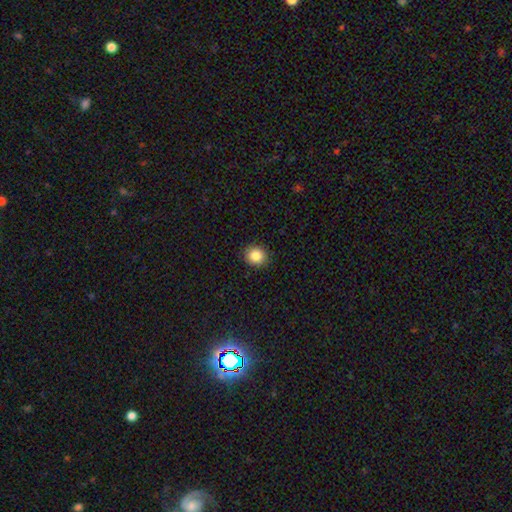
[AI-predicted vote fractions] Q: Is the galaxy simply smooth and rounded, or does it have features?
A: smooth — 86%.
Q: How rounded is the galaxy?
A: round — 87%.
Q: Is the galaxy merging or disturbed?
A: none — 91%.